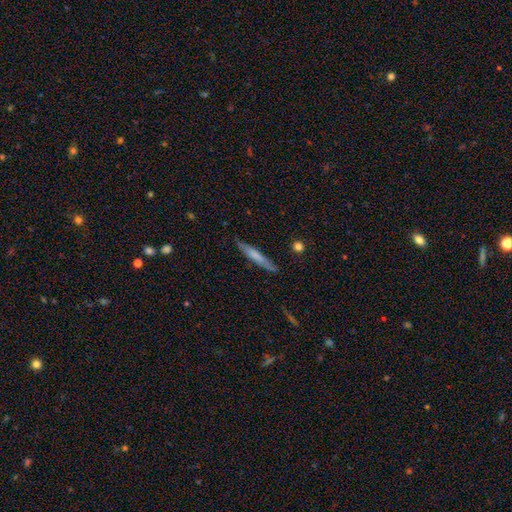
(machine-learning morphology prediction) Smooth or featured: smooth — 61% (featured or disk — 33%)
How rounded: cigar-shaped — 93% (in between — 5%)
Merging: none — 82% (minor disturbance — 14%)